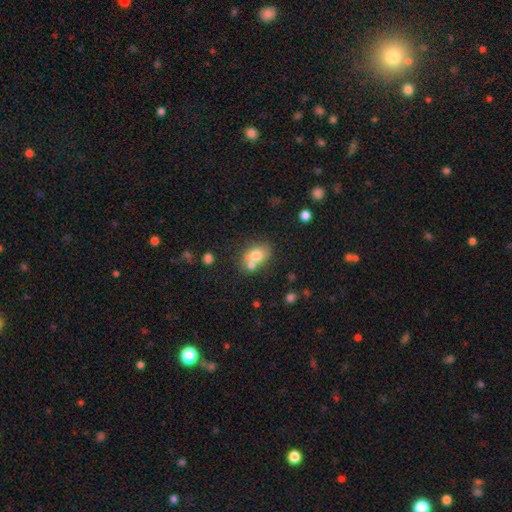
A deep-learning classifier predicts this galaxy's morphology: Smooth or featured: smooth — 71% (featured or disk — 19%)
How rounded: in between — 66% (round — 33%)
Merging: none — 45% (merger — 38%)